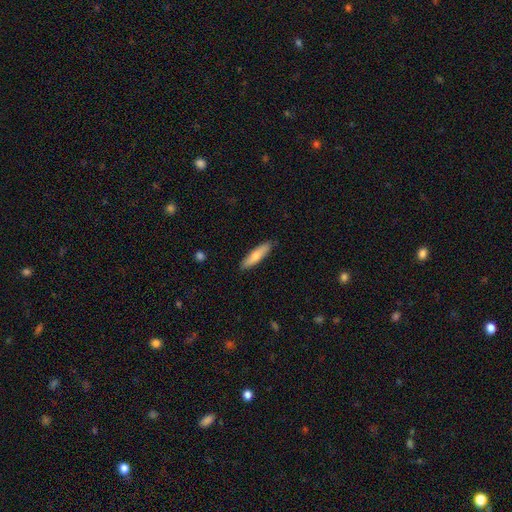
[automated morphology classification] Q: Smooth or featured?
A: smooth (67%); runner-up: featured or disk (27%)
Q: How rounded?
A: cigar-shaped (78%); runner-up: in between (20%)
Q: Merging?
A: none (89%); runner-up: minor disturbance (8%)